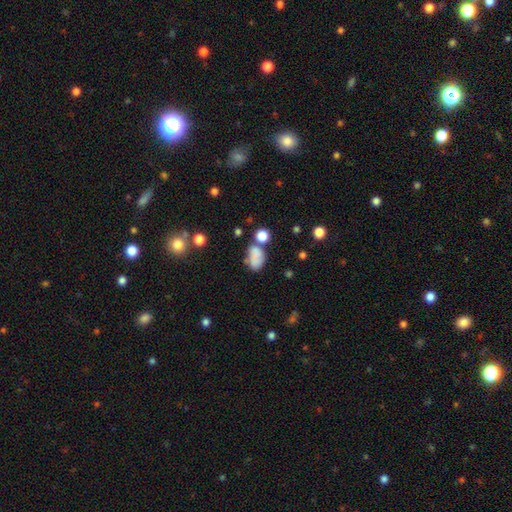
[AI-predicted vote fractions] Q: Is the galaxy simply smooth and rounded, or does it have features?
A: smooth — 75%.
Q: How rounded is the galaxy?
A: in between — 82%.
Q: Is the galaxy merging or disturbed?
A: none — 43%.